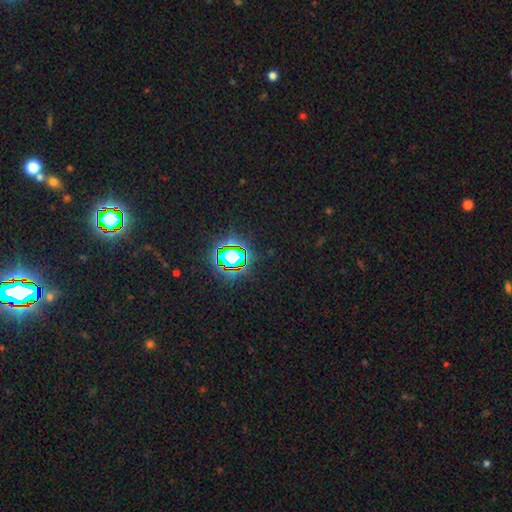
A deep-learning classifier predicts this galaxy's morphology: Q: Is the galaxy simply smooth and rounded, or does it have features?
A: star or artifact — 81%.